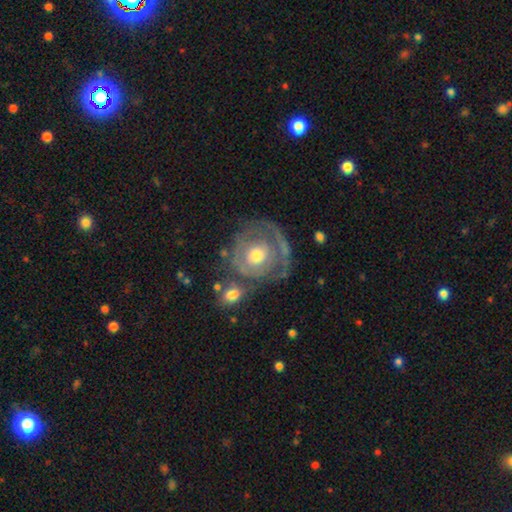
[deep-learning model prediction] A featured or disk galaxy (62%) with no bar (85%), no spiral arms (56%) and a moderate central bulge (67%). Merging: none (53%).